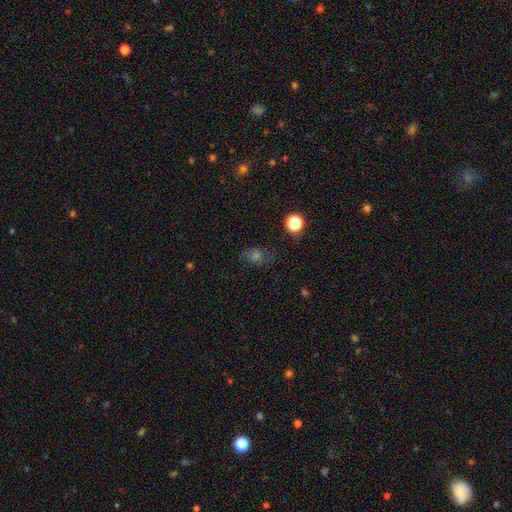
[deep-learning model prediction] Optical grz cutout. It shows a smooth galaxy with no disk features (46%). Merging: none (72%).